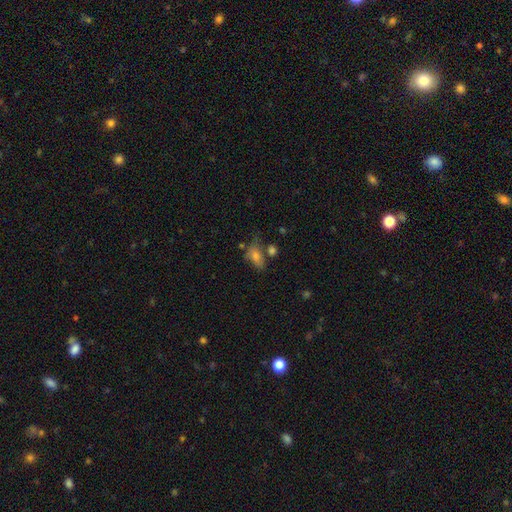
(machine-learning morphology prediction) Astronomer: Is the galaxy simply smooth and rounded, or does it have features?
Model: smooth — 59%.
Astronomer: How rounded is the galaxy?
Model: in between — 81%.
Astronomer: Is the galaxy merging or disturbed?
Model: none — 45% (runner-up: minor disturbance, 24%).